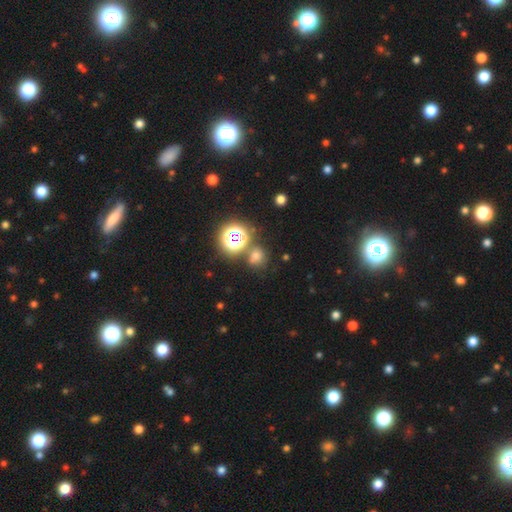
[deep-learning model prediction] Smooth or featured? Predicted: smooth (p=0.58). How rounded? Predicted: round (p=0.78). Merging? Predicted: none (p=0.69).